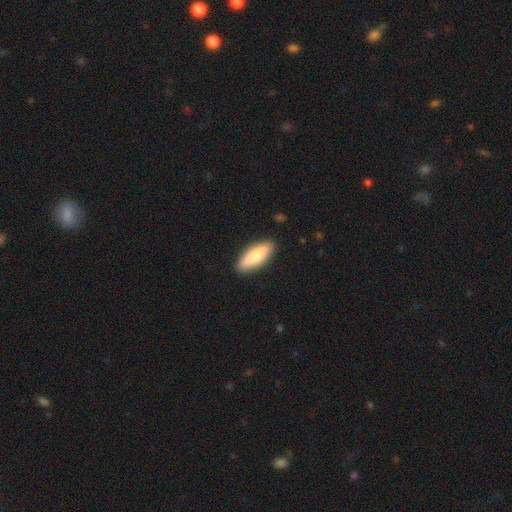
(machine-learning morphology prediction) Smooth or featured? smooth (81%)
How rounded? in between (61%)
Merging? none (88%)